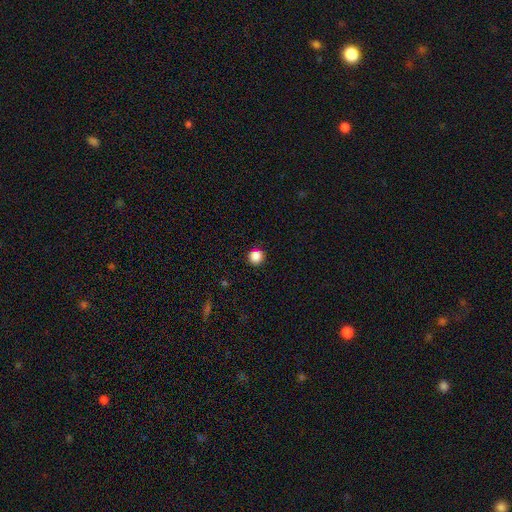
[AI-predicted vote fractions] Smooth or featured? smooth (87%)
How rounded? round (93%)
Merging? none (91%)